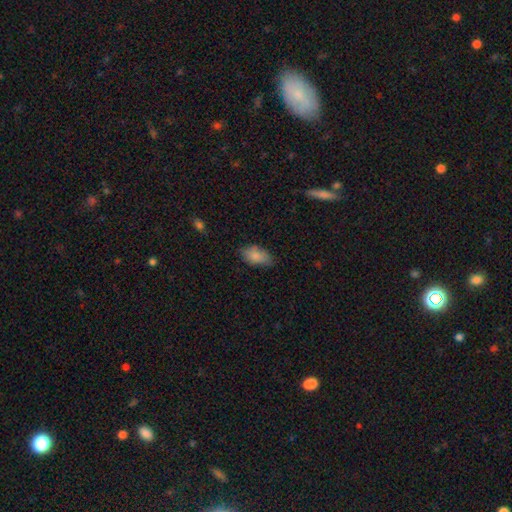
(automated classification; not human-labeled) Smooth or featured? smooth (84%)
How rounded? in between (92%)
Merging? none (69%)